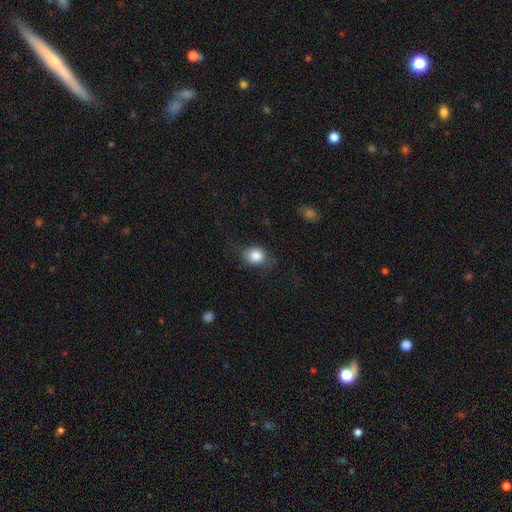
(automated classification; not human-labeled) The model was most divided on "how rounded": round: 61%, in between: 38%, cigar-shaped: 1%. More confident: smooth or featured — smooth (83%); merging — none (71%).